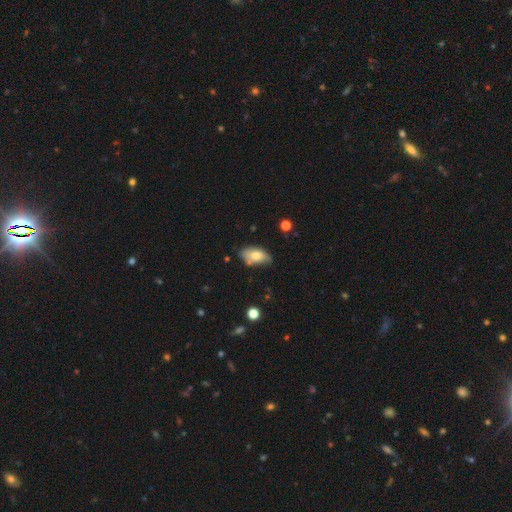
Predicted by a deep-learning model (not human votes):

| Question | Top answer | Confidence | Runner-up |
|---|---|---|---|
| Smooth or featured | smooth | 69% | featured or disk (23%) |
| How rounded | in between | 92% | round (4%) |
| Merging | none | 58% | minor disturbance (30%) |